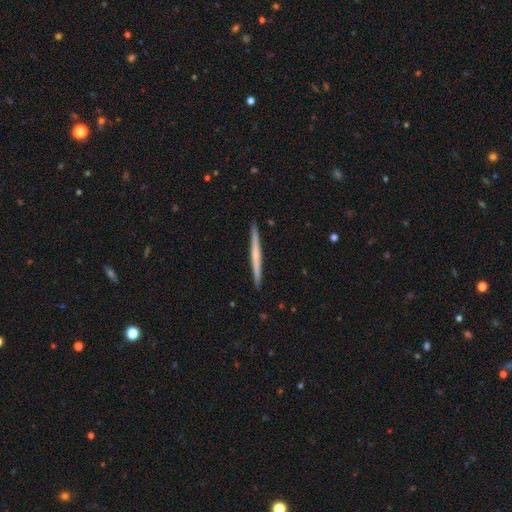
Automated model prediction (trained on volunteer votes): This appears to be a featured or disk galaxy (53%) viewed edge-on (98%) with no central bulge (73%). Merging: none (93%).